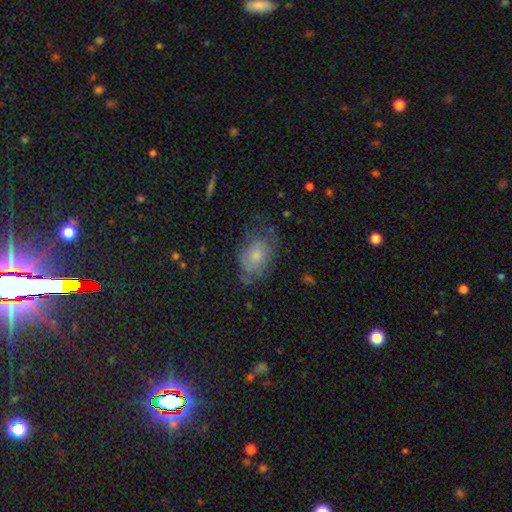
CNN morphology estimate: Overall: smooth (50%; featured or disk 41%). Merging: none (51%; minor disturbance 29%).